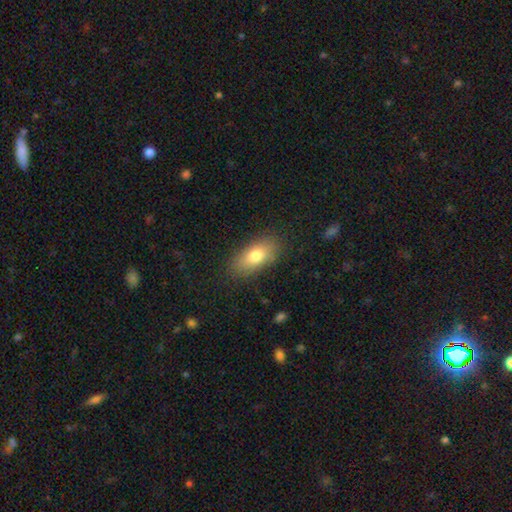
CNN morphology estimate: A smooth galaxy with no disk features (78%) that is in between round and cigar-shaped (85%). Merging: none (84%).